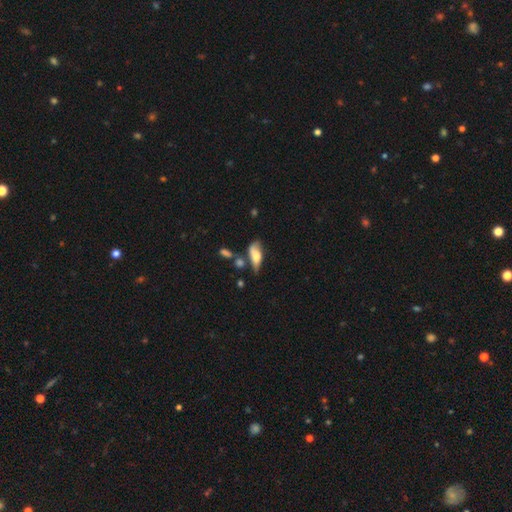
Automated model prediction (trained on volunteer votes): This appears to be a smooth galaxy with no disk features (59%) that is in between round and cigar-shaped (74%). Merging: none (35%).